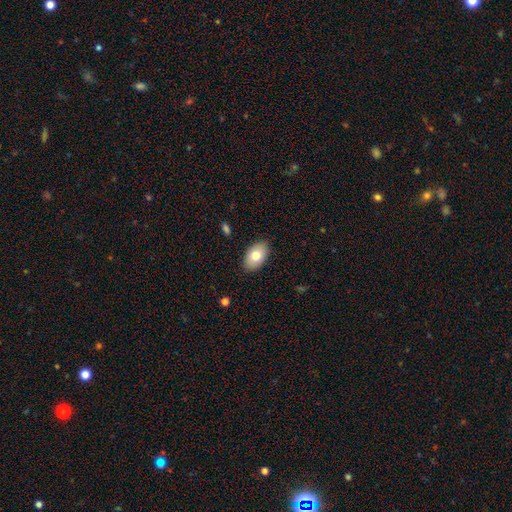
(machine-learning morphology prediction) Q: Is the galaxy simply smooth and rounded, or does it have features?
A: smooth — 75%.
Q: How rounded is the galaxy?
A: in between — 91%.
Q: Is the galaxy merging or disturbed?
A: none — 87%.